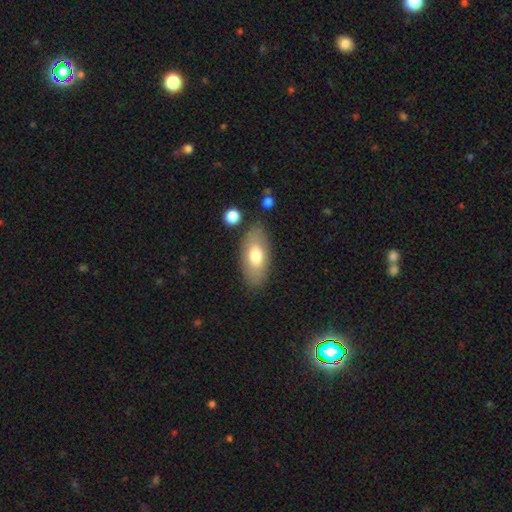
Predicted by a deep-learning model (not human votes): Smooth or featured? smooth (71%)
How rounded? in between (89%)
Merging? none (80%)